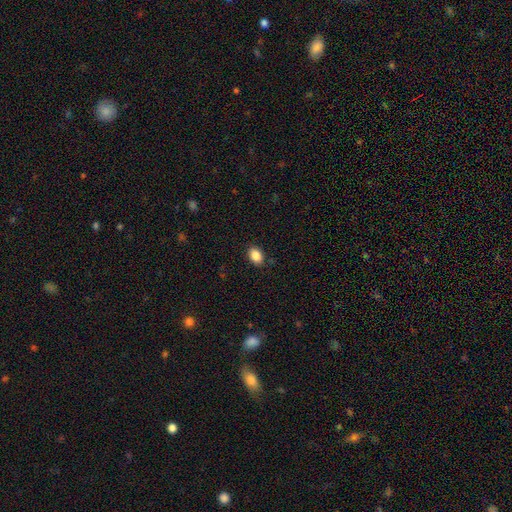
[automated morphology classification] smooth 87%, star or artifact 8%, featured or disk 4%. Down the decision tree: how rounded — in between (79%); merging — none (86%).